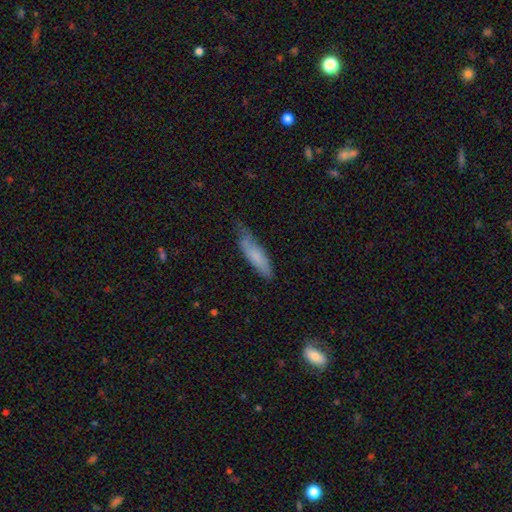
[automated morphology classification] A smooth galaxy with no disk features (74%) that is cigar-shaped (69%).

Vote fractions:
- Smooth or featured? smooth: 74% / featured or disk: 20% / star or artifact: 6%
- How rounded? cigar-shaped: 69% / in between: 29% / round: 2%
- Merging? none: 52% / minor disturbance: 37% / major disturbance: 9% / merger: 2%